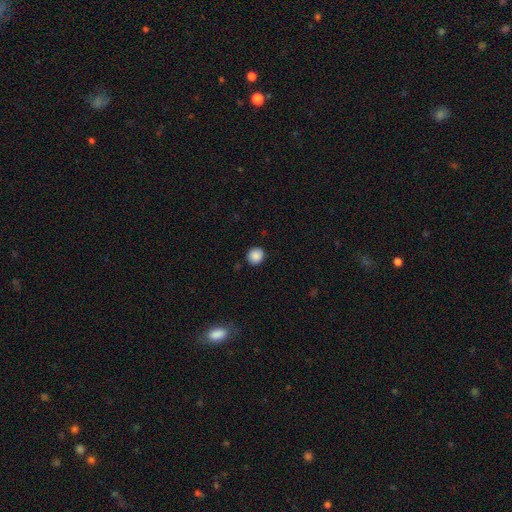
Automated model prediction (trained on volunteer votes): A smooth galaxy with no disk features (88%) that is round (90%).

Vote fractions:
- Smooth or featured? smooth: 88% / star or artifact: 9% / featured or disk: 3%
- How rounded? round: 90% / in between: 9% / cigar-shaped: 1%
- Merging? none: 90% / minor disturbance: 7% / major disturbance: 2% / merger: 1%